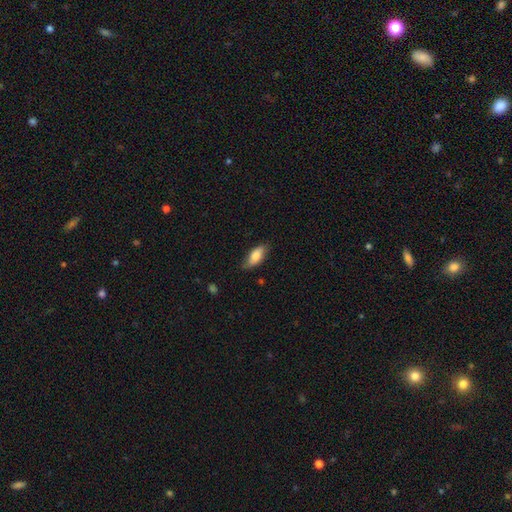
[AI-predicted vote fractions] This is likely a smooth galaxy (77%). How rounded: clearly in between (81%). Merging: likely none (74%).